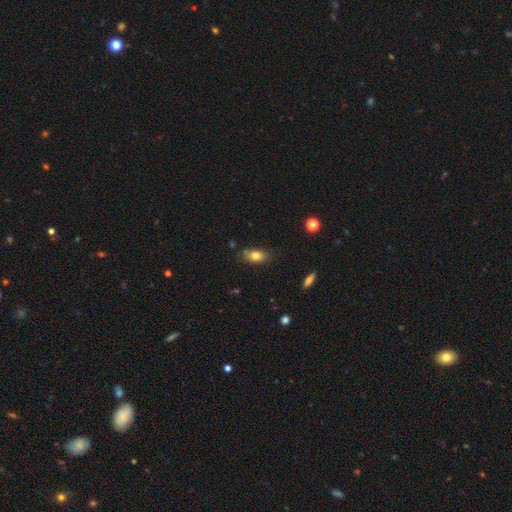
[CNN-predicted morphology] Smooth or featured?
  - smooth: 79% *
  - featured or disk: 12%
  - star or artifact: 9%
How rounded?
  - in between: 85% *
  - round: 10%
  - cigar-shaped: 5%
Merging?
  - none: 73% *
  - minor disturbance: 19%
  - major disturbance: 4%
  - merger: 4%